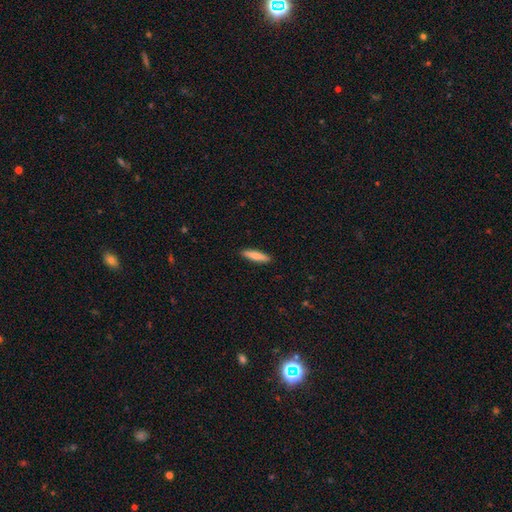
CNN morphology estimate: smooth_or_featured: smooth (p=0.79) [alt: featured or disk p=0.16]
how_rounded: cigar-shaped (p=0.79) [alt: in between p=0.19]
merging: none (p=0.91) [alt: minor disturbance p=0.07]